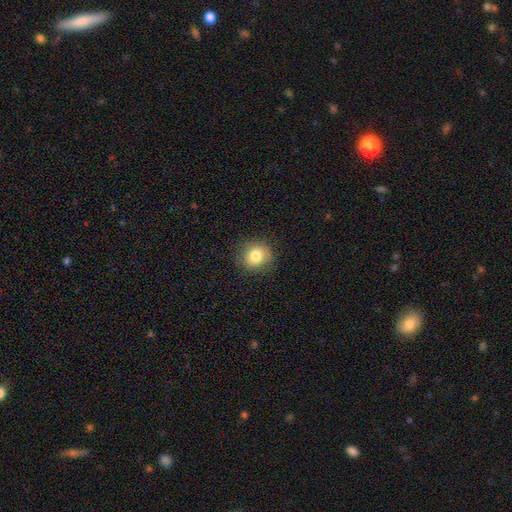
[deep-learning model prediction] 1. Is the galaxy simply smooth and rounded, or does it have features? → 80% smooth, 10% star or artifact, 10% featured or disk.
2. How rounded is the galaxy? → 85% round, 14% in between, 1% cigar-shaped.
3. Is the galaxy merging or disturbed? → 84% none, 12% minor disturbance, 3% major disturbance, 1% merger.